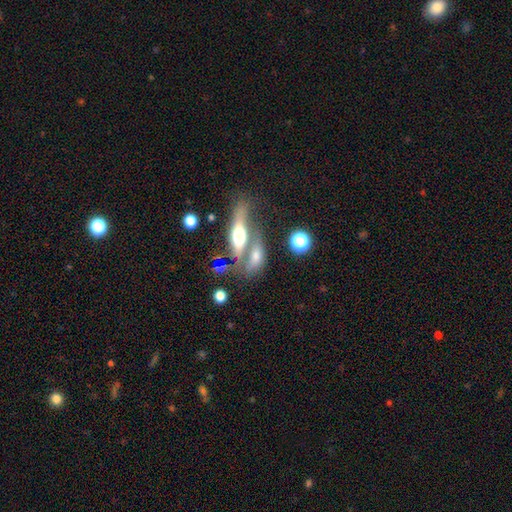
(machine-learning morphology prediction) Smooth or featured? smooth (47%)
Merging? merger (45%)